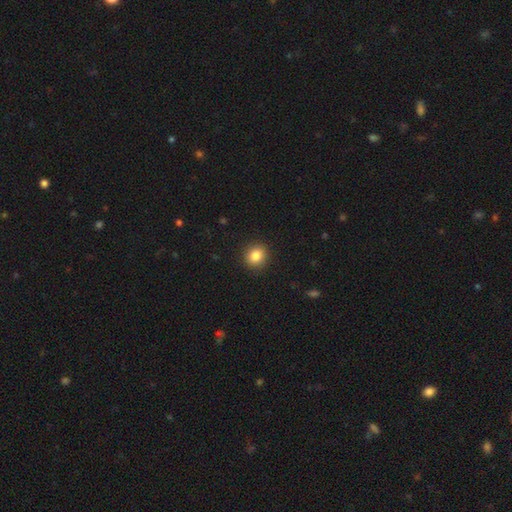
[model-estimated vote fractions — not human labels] A smooth galaxy with no disk features (84%) that is round (85%). Merging: none (91%).